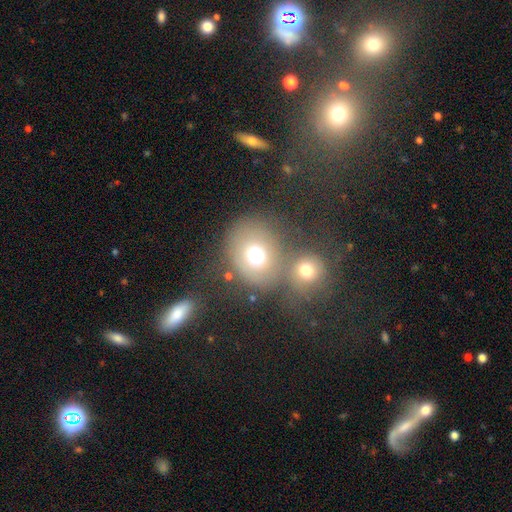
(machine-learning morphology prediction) This is likely a smooth galaxy (71%). How rounded: likely round (75%). Merging: marginally merger (43%).